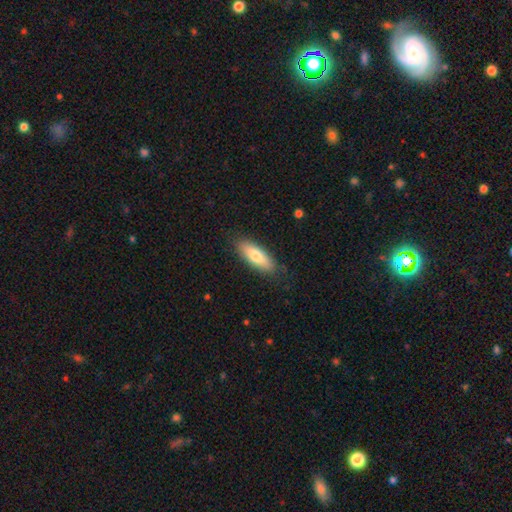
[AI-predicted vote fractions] The model was most divided on "how rounded": in between: 64%, cigar-shaped: 34%, round: 2%. More confident: merging — none (85%); smooth or featured — smooth (75%).